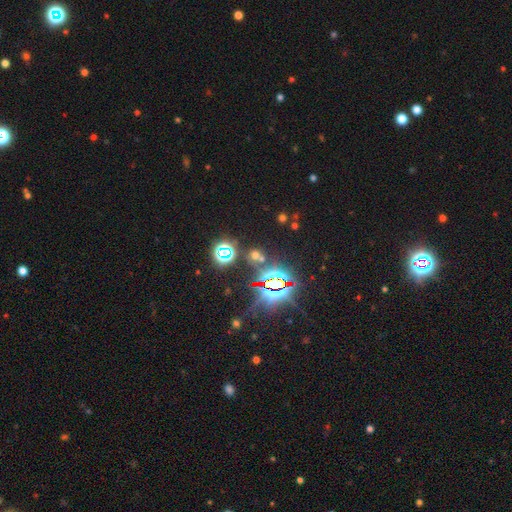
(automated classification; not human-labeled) A star or artifact, not a galaxy (61%).